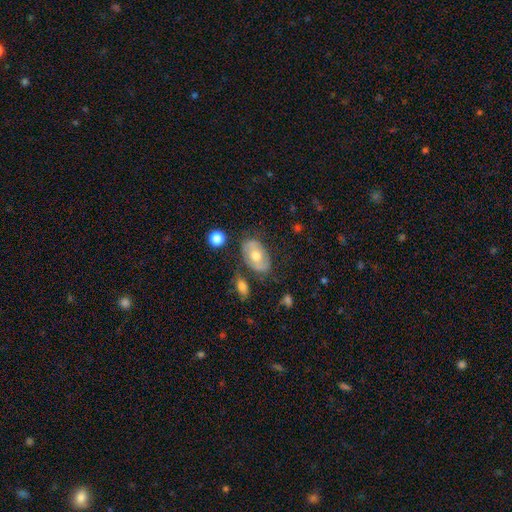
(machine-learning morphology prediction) The model was most divided on "smooth or featured": smooth: 48%, featured or disk: 45%, star or artifact: 7%. More confident: merging — none (69%).